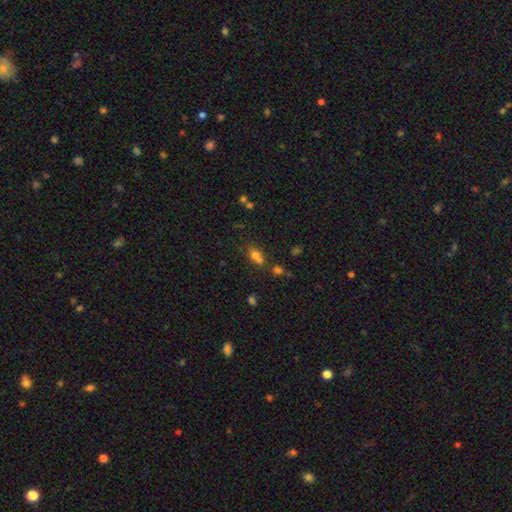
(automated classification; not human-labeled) smooth-or-featured: smooth: 71% | star or artifact: 17% | featured or disk: 12%
  how-rounded: round: 51% | in between: 47% | cigar-shaped: 2%
  merging: merger: 45% | none: 38% | minor disturbance: 12% | major disturbance: 6%